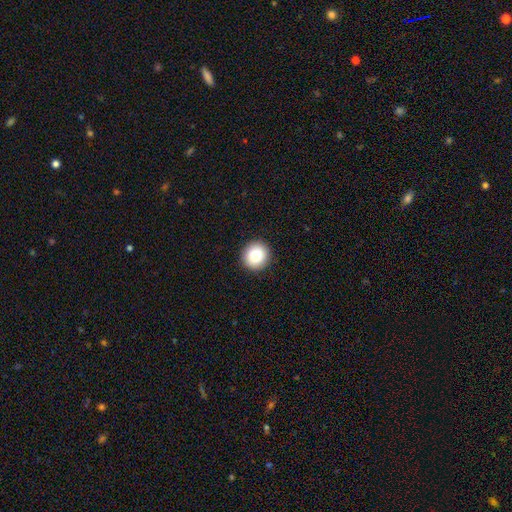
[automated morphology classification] smooth 85%, star or artifact 9%, featured or disk 7%. Down the decision tree: how rounded — round (93%); merging — none (92%).